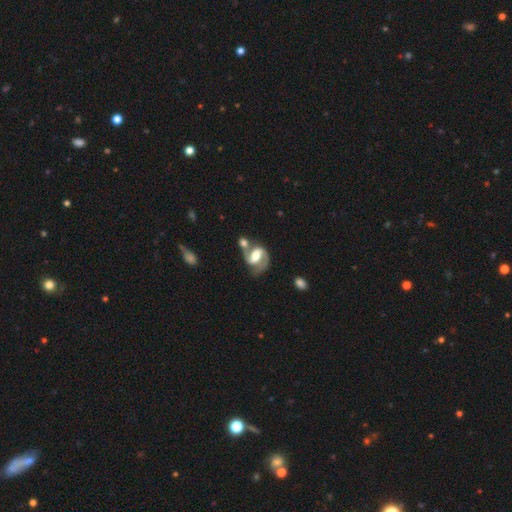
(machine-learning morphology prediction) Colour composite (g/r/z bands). It shows a featured or disk galaxy (84%) with a strong bar (42%), 2 (88%) medium (56%) spiral arms (94%) and a moderate central bulge (58%). Merging: none (49%).